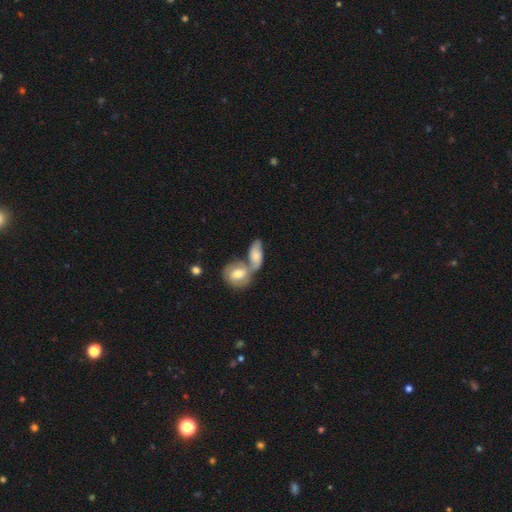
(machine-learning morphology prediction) Smooth or featured? smooth (53%)
How rounded? in between (78%)
Merging? merger (66%)